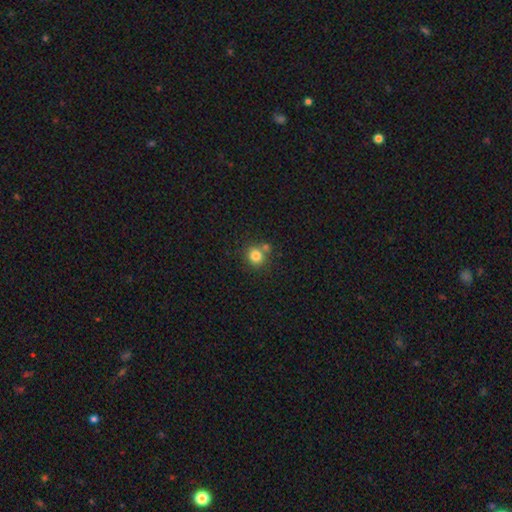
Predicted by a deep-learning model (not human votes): A smooth galaxy with no disk features (82%) that is round (87%). Merging: none (65%).